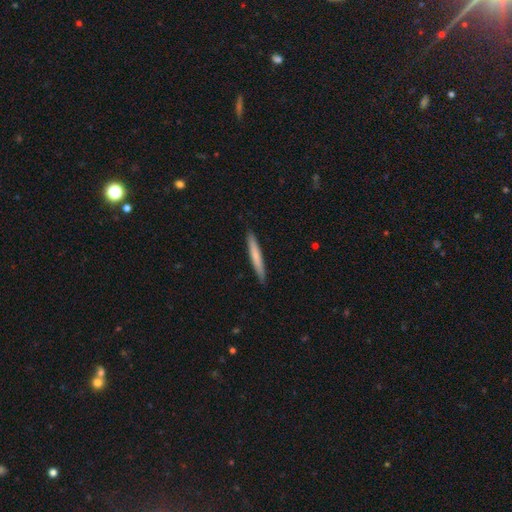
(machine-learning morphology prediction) smooth 67%, featured or disk 28%, star or artifact 5%. Down the decision tree: how rounded — cigar-shaped (96%); merging — none (91%).